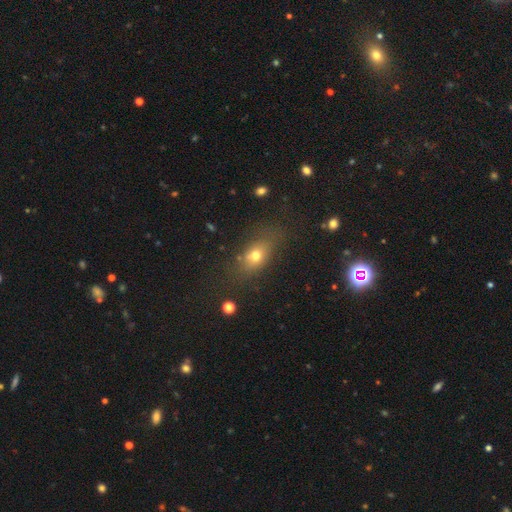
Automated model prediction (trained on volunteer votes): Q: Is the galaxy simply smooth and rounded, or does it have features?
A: smooth — 70%.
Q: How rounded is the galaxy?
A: in between — 69%.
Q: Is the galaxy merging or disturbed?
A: none — 68%.